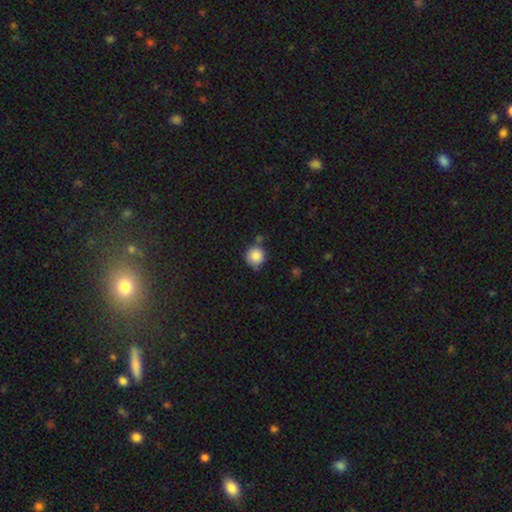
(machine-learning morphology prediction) type=smooth (87%); roundness=round (93%); merging=none (67%).